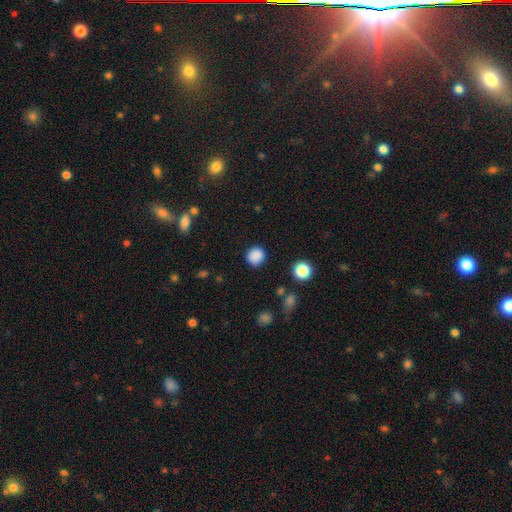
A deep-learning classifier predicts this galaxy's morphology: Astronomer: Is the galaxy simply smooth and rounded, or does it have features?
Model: smooth — 86%.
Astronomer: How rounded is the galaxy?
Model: round — 88%.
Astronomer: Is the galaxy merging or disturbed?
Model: none — 85%.